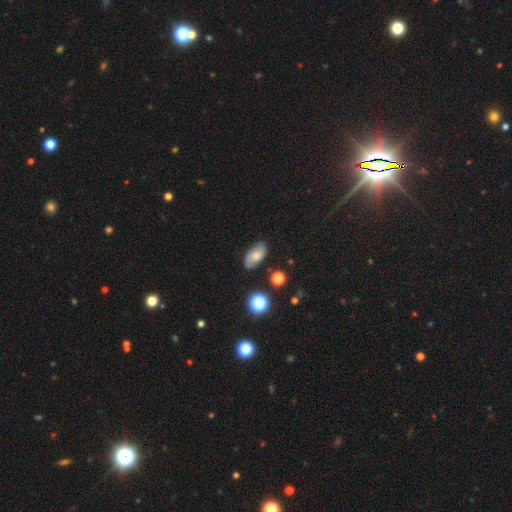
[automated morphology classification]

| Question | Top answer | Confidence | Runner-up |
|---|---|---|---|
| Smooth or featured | smooth | 57% | featured or disk (32%) |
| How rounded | in between | 91% | round (6%) |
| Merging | none | 77% | minor disturbance (17%) |